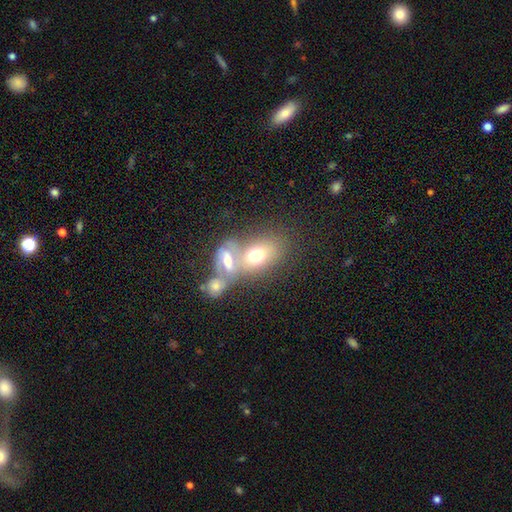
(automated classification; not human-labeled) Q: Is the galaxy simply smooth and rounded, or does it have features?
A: smooth — 60%.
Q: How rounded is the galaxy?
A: in between — 79%.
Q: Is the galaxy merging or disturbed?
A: merger — 57%.